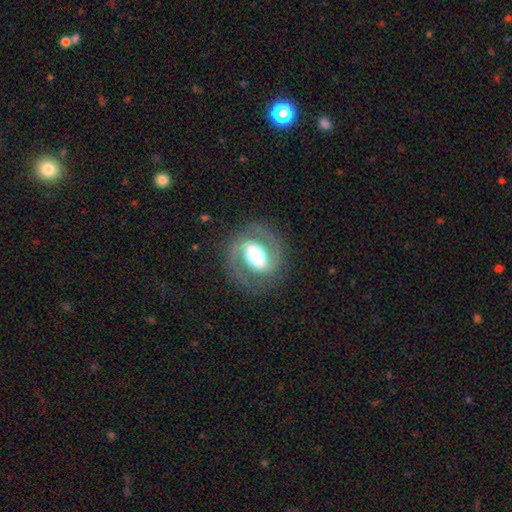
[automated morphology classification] The model was most divided on "bar": strong: 48%, weak: 33%, no: 20%. More confident: edge-on disk — no (97%); spiral arm count — 2 (91%); spiral arms — yes (87%); smooth or featured — featured or disk (82%); merging — none (81%); bulge size — moderate (54%); spiral winding — medium (52%).